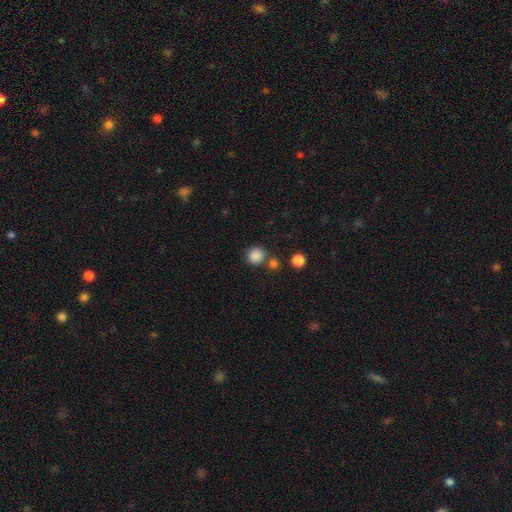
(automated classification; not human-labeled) Q: Smooth or featured?
A: smooth (86%); runner-up: star or artifact (10%)
Q: How rounded?
A: round (92%); runner-up: in between (7%)
Q: Merging?
A: none (74%); runner-up: merger (14%)